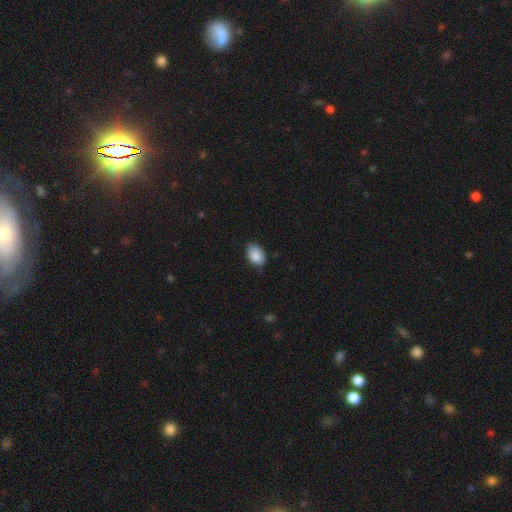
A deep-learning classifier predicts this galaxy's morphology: A smooth galaxy with no disk features (87%) that is in between round and cigar-shaped (87%). Merging: none (71%).